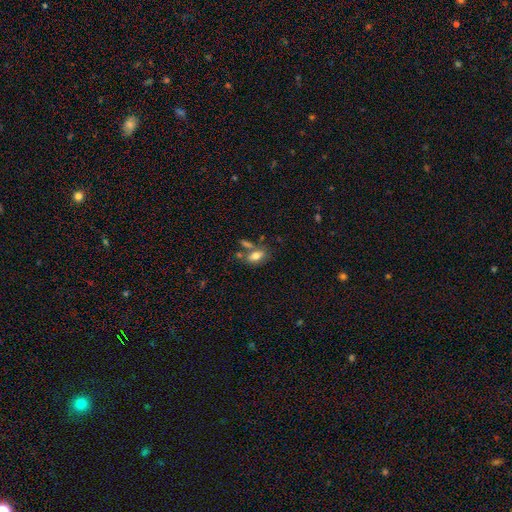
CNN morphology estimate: smooth 73%, featured or disk 17%, star or artifact 9%. Down the decision tree: how rounded — in between (86%); merging — none (51%).